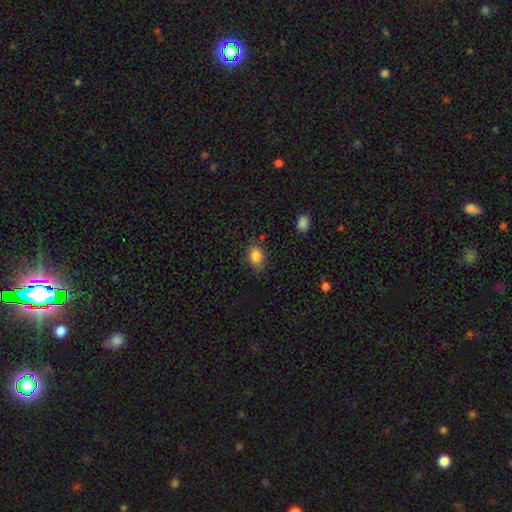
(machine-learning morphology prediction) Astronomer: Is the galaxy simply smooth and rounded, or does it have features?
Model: smooth — 86%.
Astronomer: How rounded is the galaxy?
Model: in between — 69%.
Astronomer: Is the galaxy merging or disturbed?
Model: none — 72%.